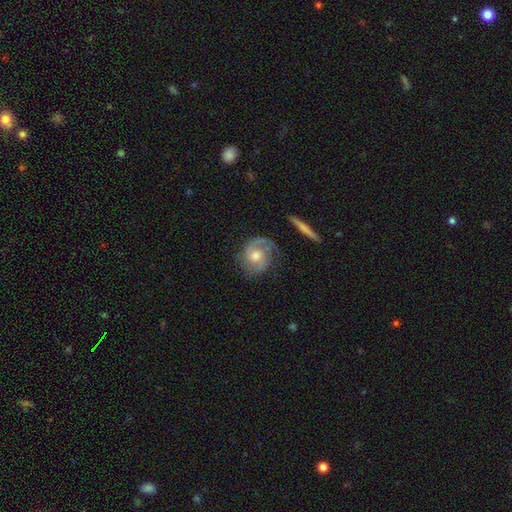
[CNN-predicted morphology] featured or disk 80%, smooth 14%, star or artifact 6%. Down the decision tree: edge-on disk — no (96%); bar — no (63%); spiral arms — yes (94%); spiral arm count — 2 (72%); spiral winding — medium (47%); bulge size — moderate (68%); merging — none (70%).